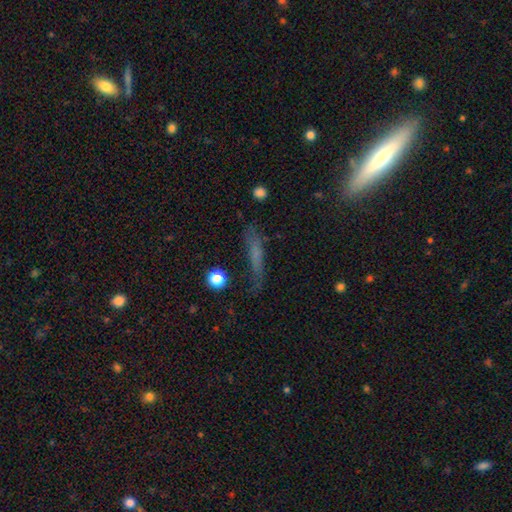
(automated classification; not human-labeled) Morphology: type=smooth (59%); roundness=cigar-shaped (80%); merging=none (62%).